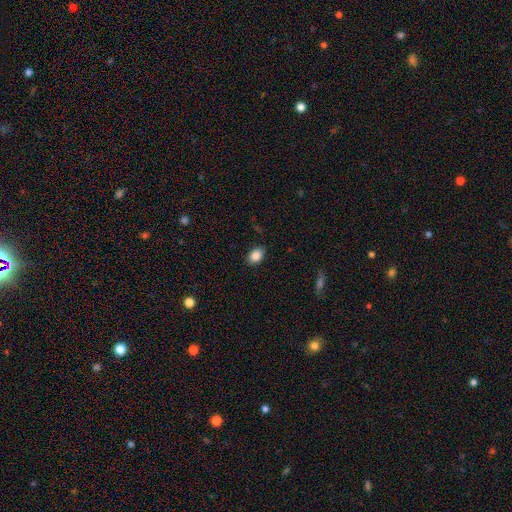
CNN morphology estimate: A smooth galaxy with no disk features (87%) that is in between round and cigar-shaped (78%). Merging: none (86%).